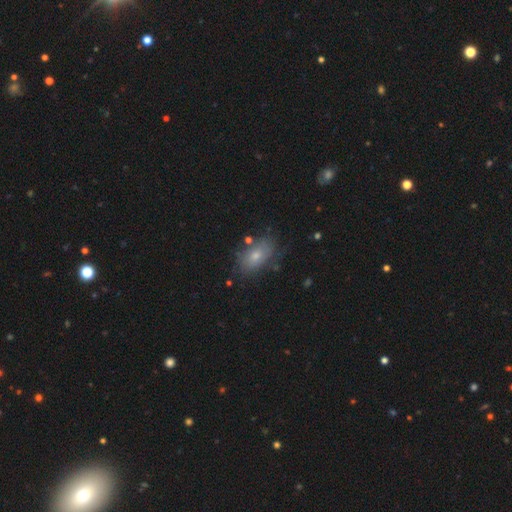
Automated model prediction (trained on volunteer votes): A smooth galaxy with no disk features (69%) that is in between round and cigar-shaped (88%). Merging: none (69%).